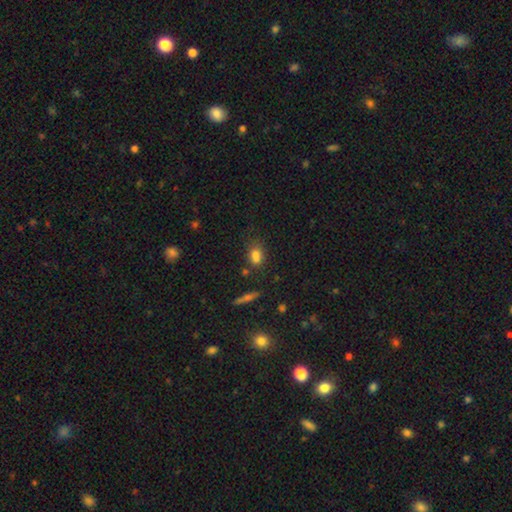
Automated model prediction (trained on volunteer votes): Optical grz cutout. It shows a smooth galaxy with no disk features (76%) that is in between round and cigar-shaped (71%). Merging: none (55%).